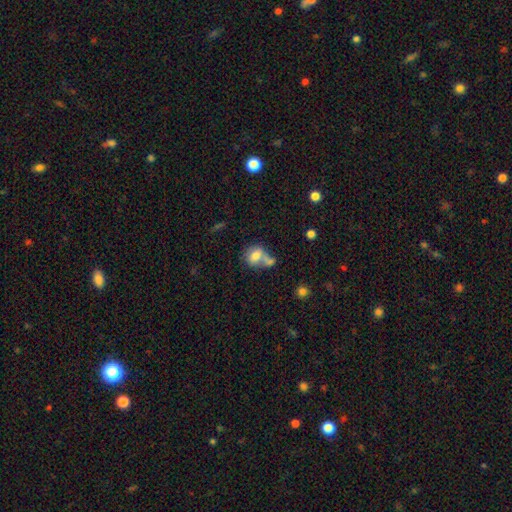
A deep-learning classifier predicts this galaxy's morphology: This appears to be a smooth galaxy with no disk features (71%) that is round (52%). Merging: merger (48%).